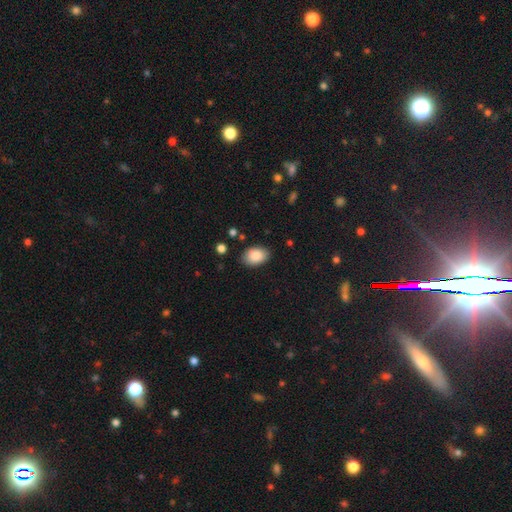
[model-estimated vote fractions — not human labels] Q: Smooth or featured?
A: smooth (88%); runner-up: star or artifact (7%)
Q: How rounded?
A: in between (86%); runner-up: round (13%)
Q: Merging?
A: none (84%); runner-up: minor disturbance (12%)